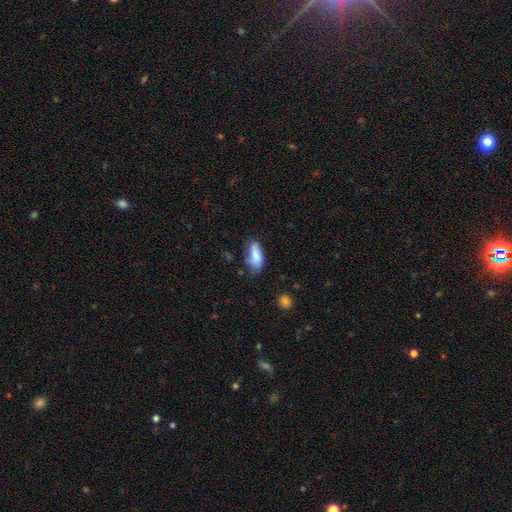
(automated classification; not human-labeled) smooth 77%, featured or disk 16%, star or artifact 7%. Down the decision tree: how rounded — in between (81%); merging — none (49%).